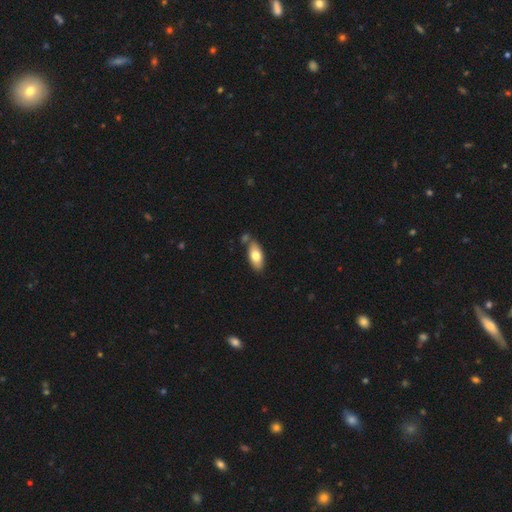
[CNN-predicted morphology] This is likely a smooth galaxy (75%). How rounded: clearly in between (89%). Merging: likely none (68%).